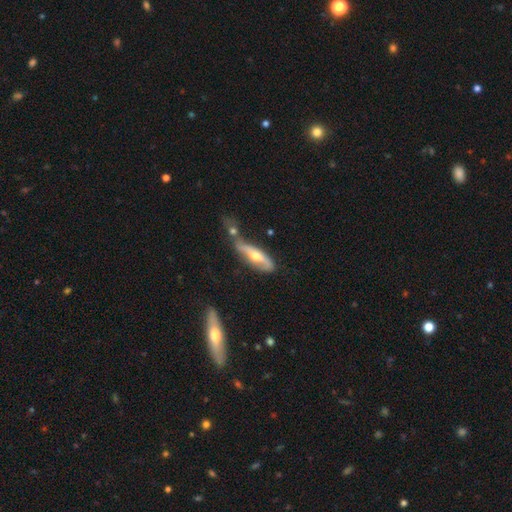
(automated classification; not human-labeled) Smooth or featured? featured or disk (57%)
Edge-on disk? yes (51%)
Merging? none (37%)